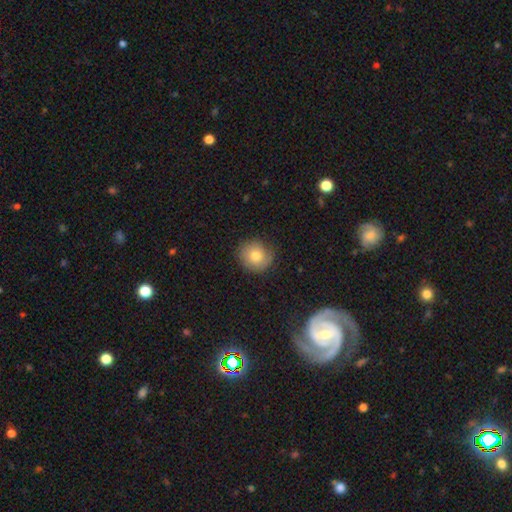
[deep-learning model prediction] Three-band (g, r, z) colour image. It shows a smooth galaxy with no disk features (73%) that is round (88%). Merging: none (79%).